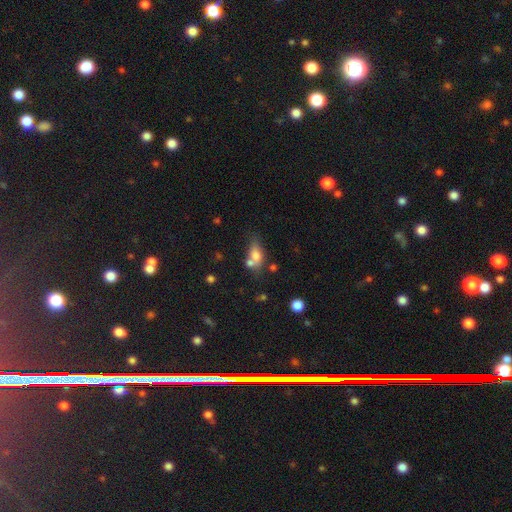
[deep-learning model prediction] Smooth or featured? Predicted: smooth (p=0.71). How rounded? Predicted: in between (p=0.75). Merging? Predicted: none (p=0.40).